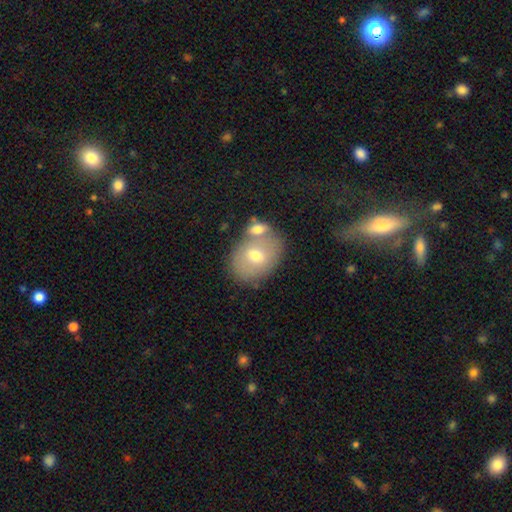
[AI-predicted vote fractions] Q: Smooth or featured?
A: smooth (64%); runner-up: featured or disk (27%)
Q: How rounded?
A: in between (63%); runner-up: round (36%)
Q: Merging?
A: none (53%); runner-up: merger (30%)